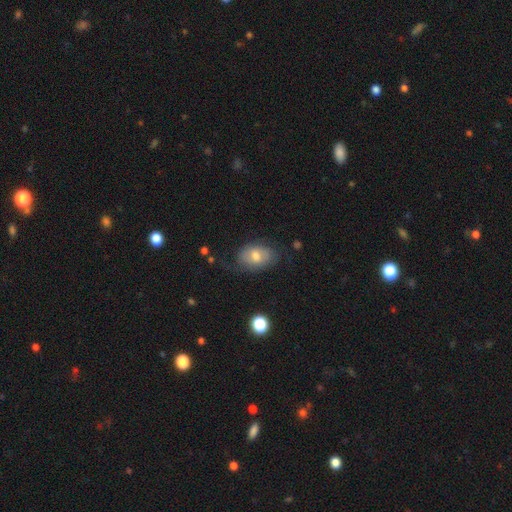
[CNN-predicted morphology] type=smooth (63%); roundness=in between (83%); merging=none (63%).